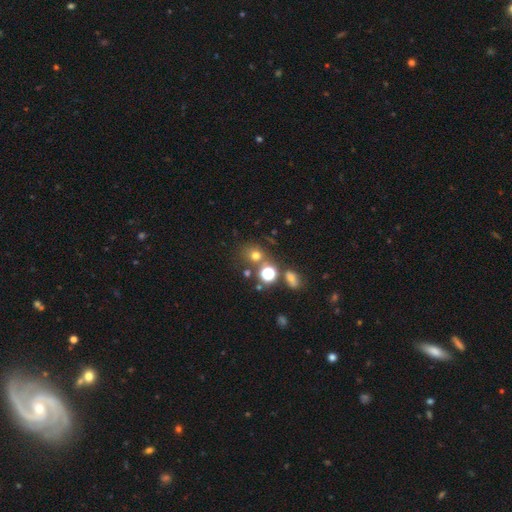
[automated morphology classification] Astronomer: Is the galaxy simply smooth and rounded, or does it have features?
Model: smooth — 65%.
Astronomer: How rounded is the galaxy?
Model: round — 81%.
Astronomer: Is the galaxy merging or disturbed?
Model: none — 65%.